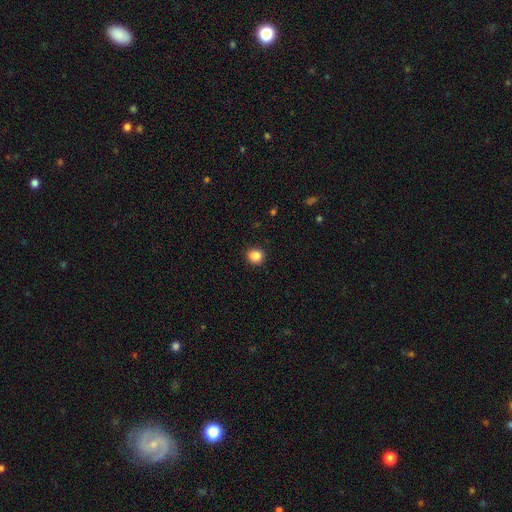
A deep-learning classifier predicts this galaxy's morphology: Smooth or featured? Predicted: smooth (p=0.87). How rounded? Predicted: round (p=0.88). Merging? Predicted: none (p=0.91).